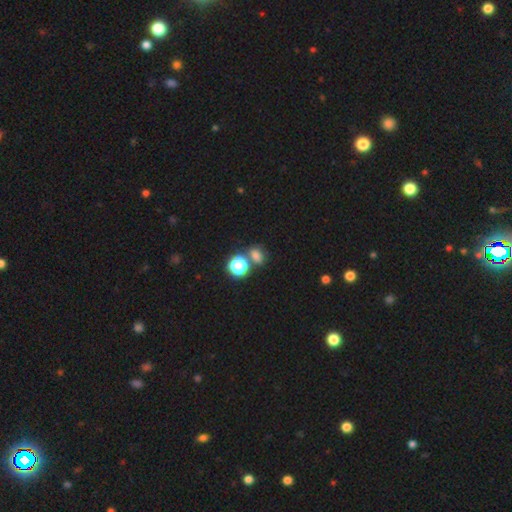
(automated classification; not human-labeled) This appears to be a smooth galaxy with no disk features (69%) that is in between round and cigar-shaped (50%). Merging: none (60%).